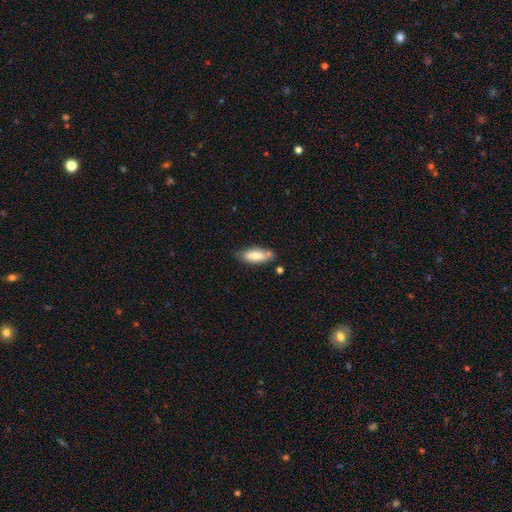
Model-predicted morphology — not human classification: smooth-or-featured: smooth: 71% | featured or disk: 23% | star or artifact: 6%
  how-rounded: in between: 71% | cigar-shaped: 27% | round: 2%
  merging: none: 65% | minor disturbance: 23% | merger: 8% | major disturbance: 4%